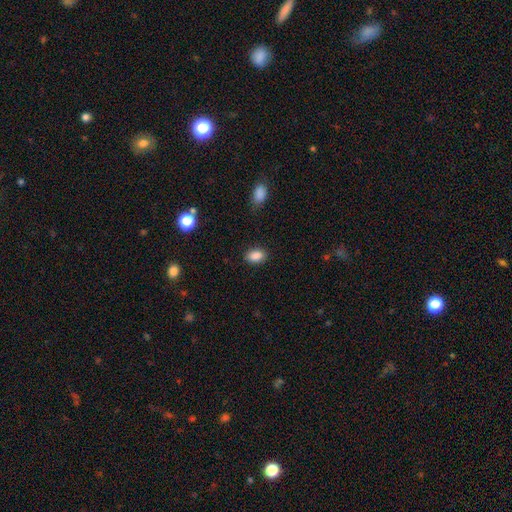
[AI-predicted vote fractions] Q: Smooth or featured?
A: smooth (88%); runner-up: star or artifact (9%)
Q: How rounded?
A: in between (84%); runner-up: round (14%)
Q: Merging?
A: none (86%); runner-up: minor disturbance (10%)